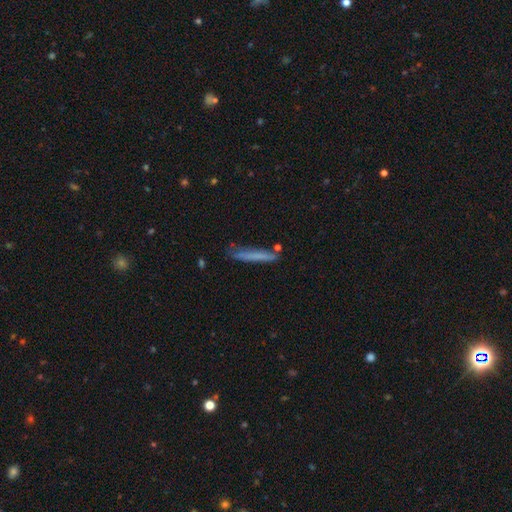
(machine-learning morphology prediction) Q: Smooth or featured?
A: smooth (68%); runner-up: featured or disk (25%)
Q: How rounded?
A: cigar-shaped (95%); runner-up: in between (4%)
Q: Merging?
A: none (76%); runner-up: minor disturbance (17%)